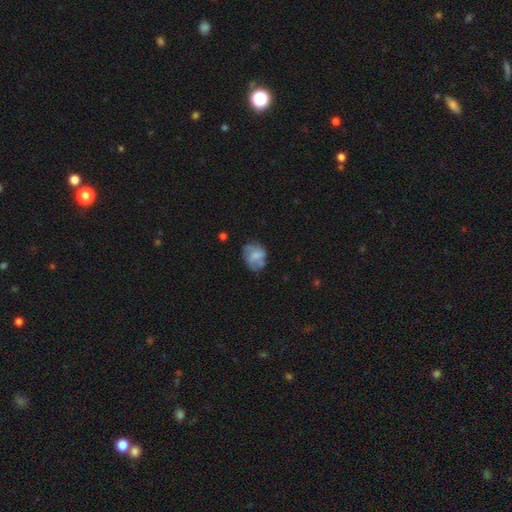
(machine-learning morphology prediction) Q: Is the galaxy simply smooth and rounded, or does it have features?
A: smooth — 52%.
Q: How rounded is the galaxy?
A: round — 51%.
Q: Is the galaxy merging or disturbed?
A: none — 54%.